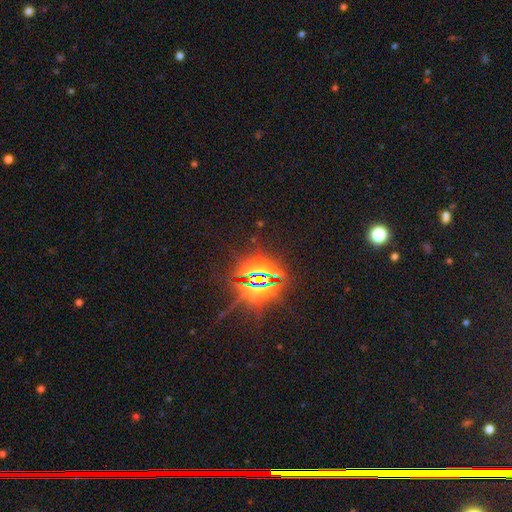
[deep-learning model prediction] This is clearly a star or artifact rather than a galaxy (81%).